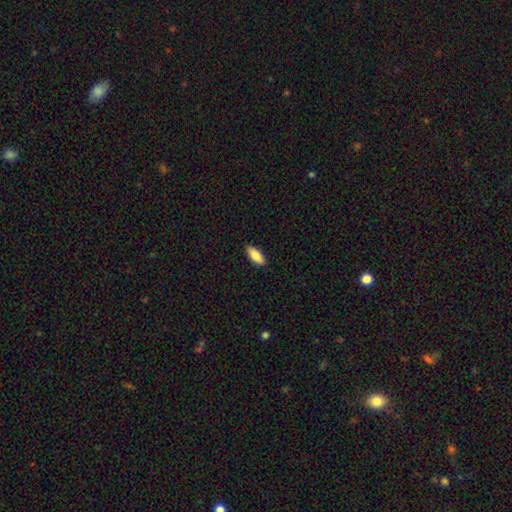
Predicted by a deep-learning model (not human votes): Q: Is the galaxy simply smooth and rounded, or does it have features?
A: smooth — 86%.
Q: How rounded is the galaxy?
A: in between — 82%.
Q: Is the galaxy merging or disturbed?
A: none — 88%.